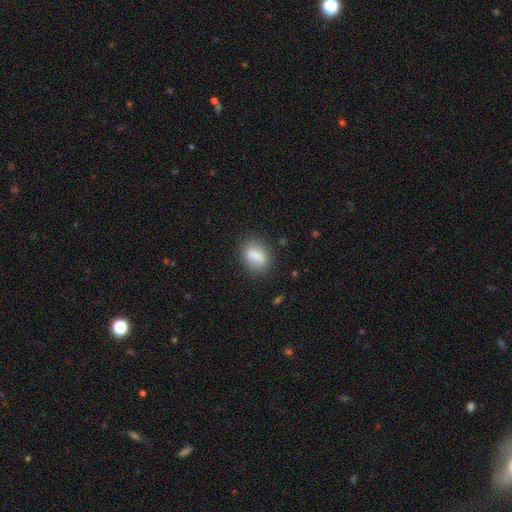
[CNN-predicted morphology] Smooth or featured?
  - smooth: 79% *
  - featured or disk: 12%
  - star or artifact: 9%
How rounded?
  - in between: 70% *
  - round: 25%
  - cigar-shaped: 5%
Merging?
  - none: 77% *
  - minor disturbance: 15%
  - major disturbance: 5%
  - merger: 4%